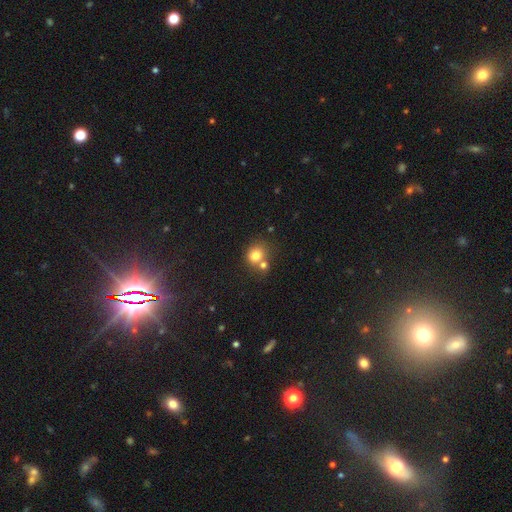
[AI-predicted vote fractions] smooth_or_featured: smooth (p=0.77) [alt: star or artifact p=0.12]
how_rounded: round (p=0.74) [alt: in between p=0.25]
merging: none (p=0.46) [alt: merger p=0.40]